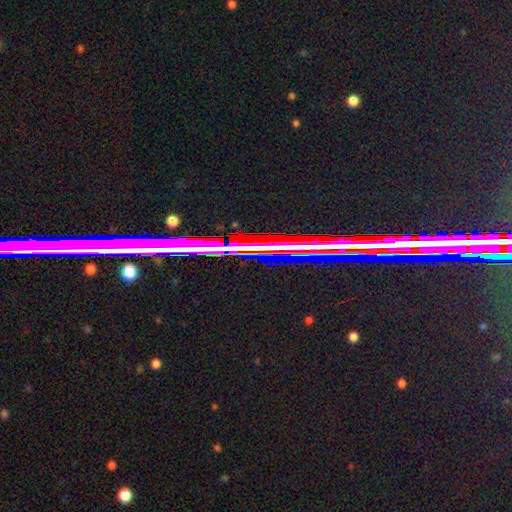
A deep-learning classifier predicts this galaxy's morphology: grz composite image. It shows a star or artifact, not a galaxy (77%).